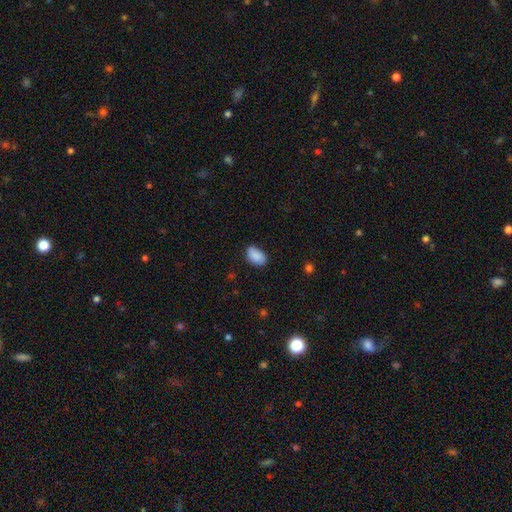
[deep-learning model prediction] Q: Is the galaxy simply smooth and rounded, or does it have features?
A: smooth — 89%.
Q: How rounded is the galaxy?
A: in between — 91%.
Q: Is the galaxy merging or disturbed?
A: none — 75%.